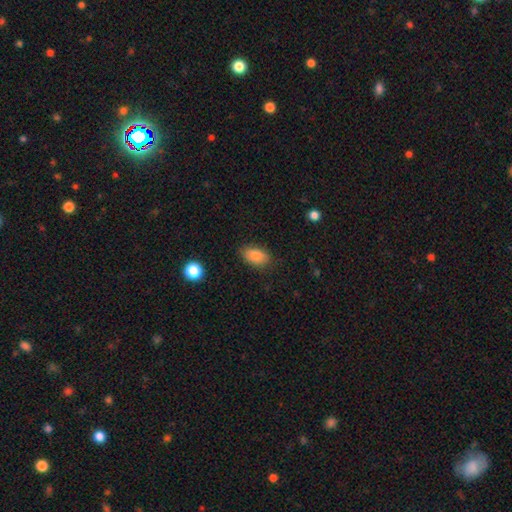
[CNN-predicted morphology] Overall: smooth (87%). How rounded: in between (90%). Merging: none (83%).